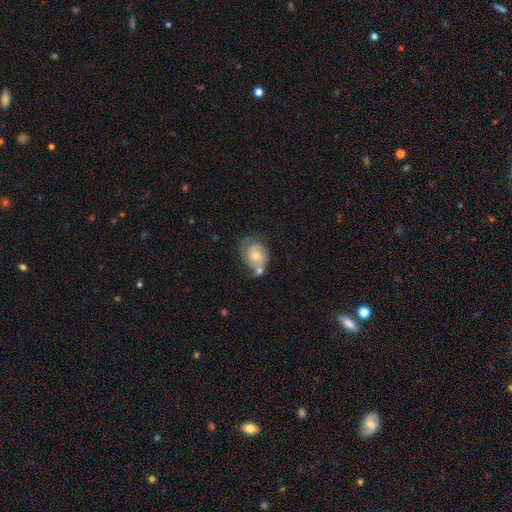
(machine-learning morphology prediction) A featured or disk galaxy (50%).

Vote fractions:
- Smooth or featured? featured or disk: 50% / smooth: 42% / star or artifact: 7%
- Edge-on disk? no: 97% / yes: 3%
- Merging? none: 38% / merger: 25% / minor disturbance: 24% / major disturbance: 13%